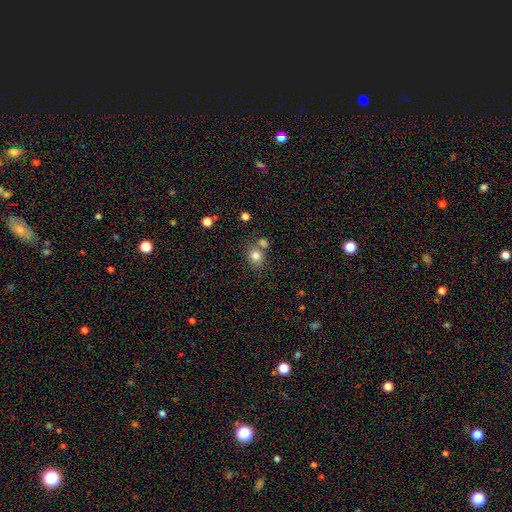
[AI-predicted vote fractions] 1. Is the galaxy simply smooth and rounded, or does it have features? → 80% smooth, 12% star or artifact, 9% featured or disk.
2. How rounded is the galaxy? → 63% round, 36% in between, 1% cigar-shaped.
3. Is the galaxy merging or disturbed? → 59% none, 25% merger, 12% minor disturbance, 4% major disturbance.